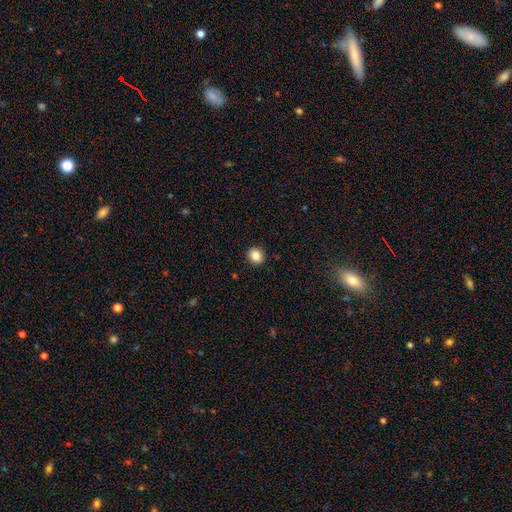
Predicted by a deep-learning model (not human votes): A smooth galaxy with no disk features (85%) that is round (74%). Merging: none (92%).